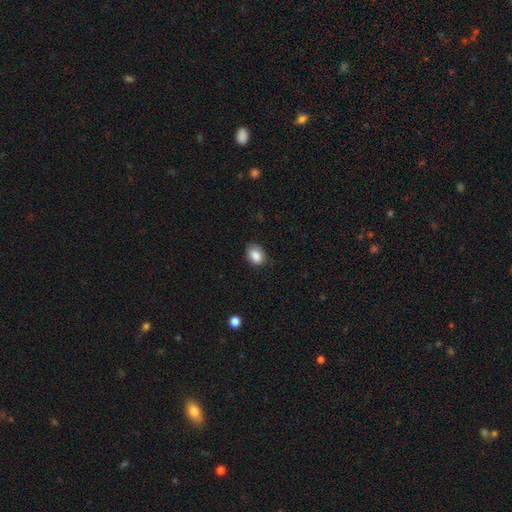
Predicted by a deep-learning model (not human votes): Smooth or featured: smooth — 86% (star or artifact — 8%)
How rounded: in between — 68% (round — 31%)
Merging: none — 73% (minor disturbance — 22%)